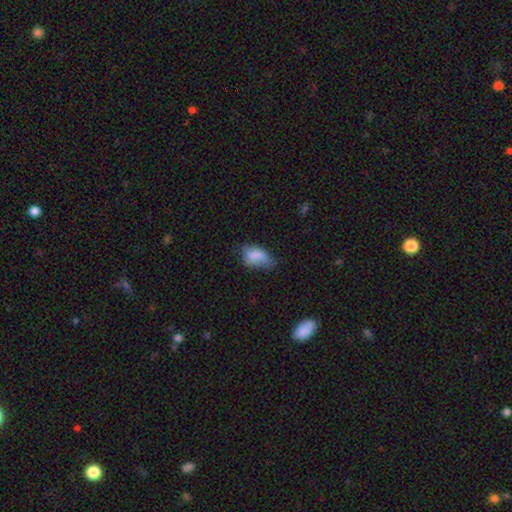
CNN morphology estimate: A smooth galaxy with no disk features (80%) that is in between round and cigar-shaped (91%).

Vote fractions:
- Smooth or featured? smooth: 80% / featured or disk: 12% / star or artifact: 9%
- How rounded? in between: 91% / round: 7% / cigar-shaped: 2%
- Merging? none: 41% (tied) / minor disturbance: 41% (tied) / major disturbance: 15% / merger: 3%